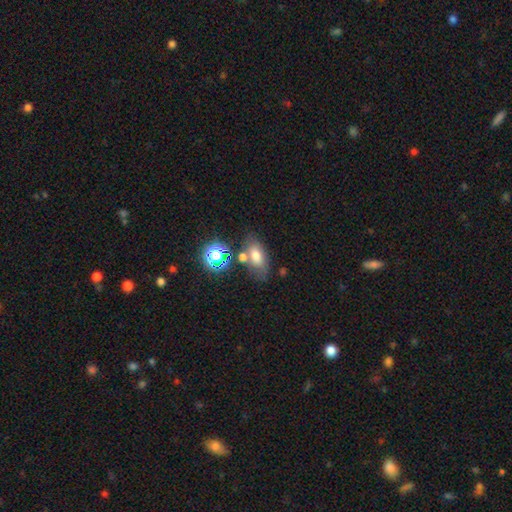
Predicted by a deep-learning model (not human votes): A smooth galaxy with no disk features (67%) that is in between round and cigar-shaped (80%).

Vote fractions:
- Smooth or featured? smooth: 67% / star or artifact: 18% / featured or disk: 16%
- How rounded? in between: 80% / round: 14% / cigar-shaped: 5%
- Merging? none: 57% / merger: 21% / minor disturbance: 16% / major disturbance: 7%